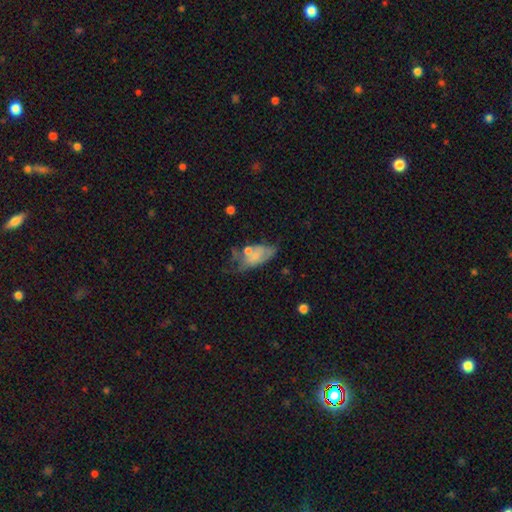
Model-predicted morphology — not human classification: Q: Smooth or featured?
A: smooth (50%); runner-up: featured or disk (41%)
Q: Merging?
A: none (27%); runner-up: minor disturbance (26%)